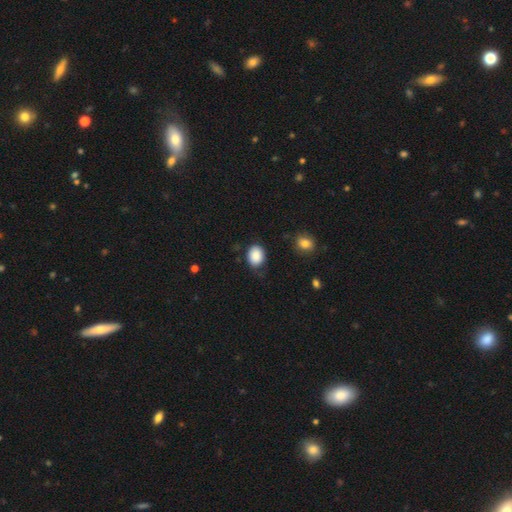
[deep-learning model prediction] Smooth or featured? Predicted: smooth (p=0.89). How rounded? Predicted: in between (p=0.57). Merging? Predicted: none (p=0.73).